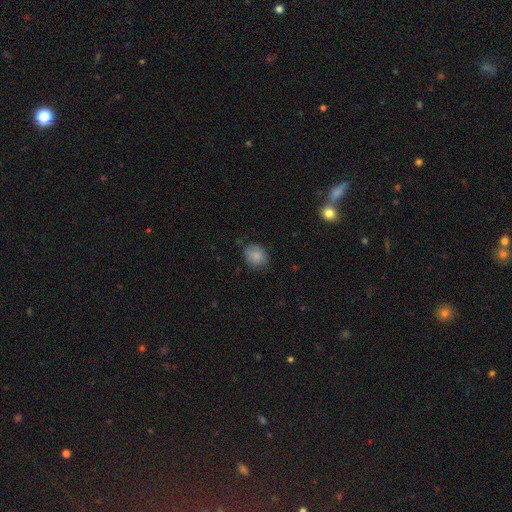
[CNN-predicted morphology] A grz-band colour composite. It shows a smooth galaxy with no disk features (84%) that is round (58%). Merging: none (73%).